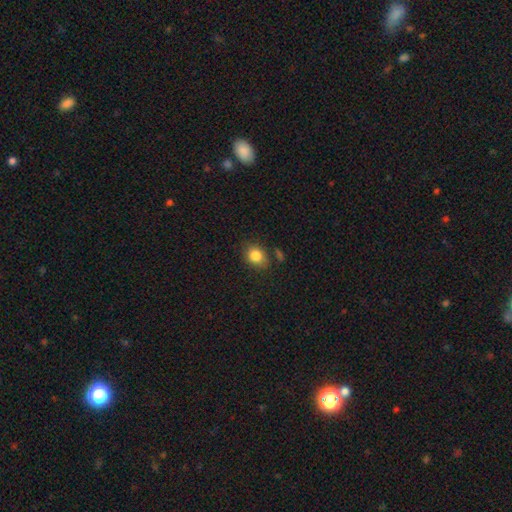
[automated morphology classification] Overall: smooth (84%). How rounded: round (53%; in between 46%). Merging: none (77%).